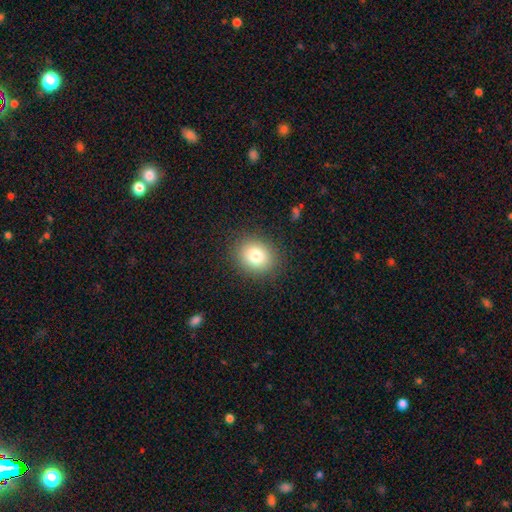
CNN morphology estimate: smooth_or_featured: smooth (p=0.80) [alt: star or artifact p=0.11]
how_rounded: round (p=0.63) [alt: in between p=0.36]
merging: none (p=0.88) [alt: minor disturbance p=0.08]